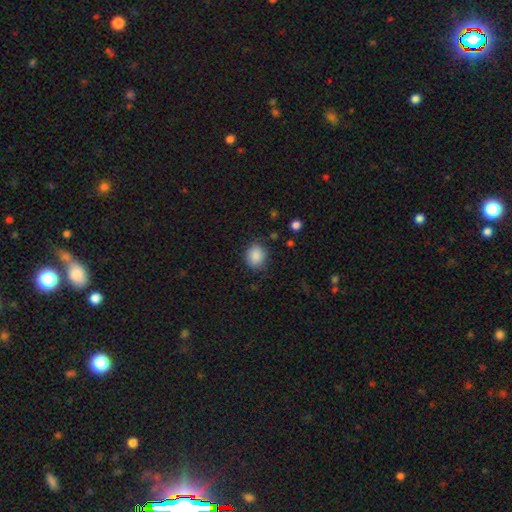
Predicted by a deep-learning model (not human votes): This appears to be a smooth galaxy with no disk features (87%) that is round (69%). Merging: none (80%).